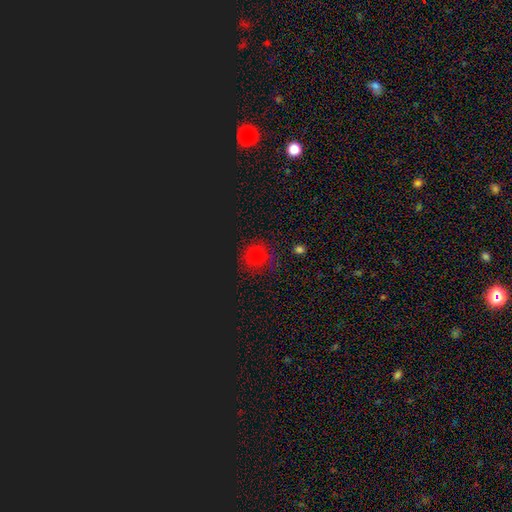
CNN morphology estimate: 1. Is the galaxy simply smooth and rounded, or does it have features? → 64% smooth, 29% star or artifact, 7% featured or disk.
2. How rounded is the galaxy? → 89% round, 10% in between, 1% cigar-shaped.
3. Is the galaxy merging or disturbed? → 79% none, 13% minor disturbance, 5% major disturbance, 3% merger.